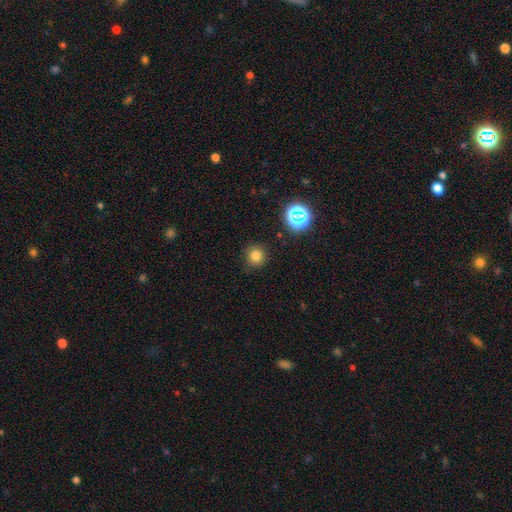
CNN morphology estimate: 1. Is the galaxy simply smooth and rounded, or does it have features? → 76% smooth, 18% star or artifact, 5% featured or disk.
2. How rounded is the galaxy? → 92% round, 7% in between, 1% cigar-shaped.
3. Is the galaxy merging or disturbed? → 87% none, 9% minor disturbance, 3% major disturbance, 2% merger.